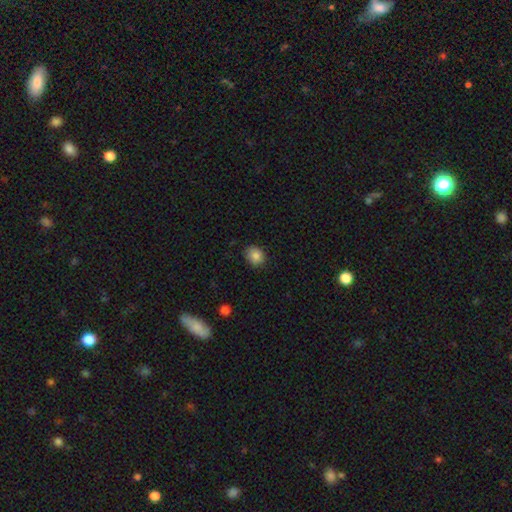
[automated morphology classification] smooth_or_featured: smooth (p=0.84) [alt: star or artifact p=0.10]
how_rounded: round (p=0.62) [alt: in between p=0.37]
merging: none (p=0.83) [alt: minor disturbance p=0.14]